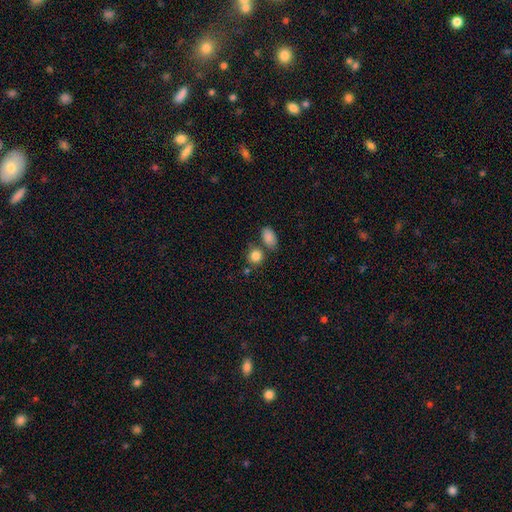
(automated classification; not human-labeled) smooth-or-featured: smooth: 85% | star or artifact: 10% | featured or disk: 6%
  how-rounded: round: 77% | in between: 22% | cigar-shaped: 1%
  merging: none: 60% | merger: 24% | minor disturbance: 12% | major disturbance: 4%